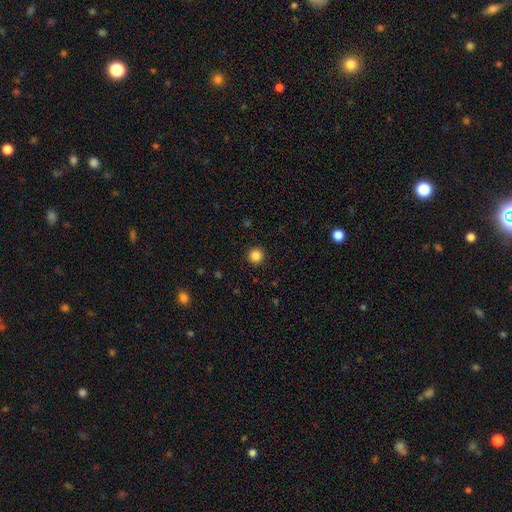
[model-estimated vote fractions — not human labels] Overall: smooth (85%). How rounded: round (96%). Merging: none (93%).